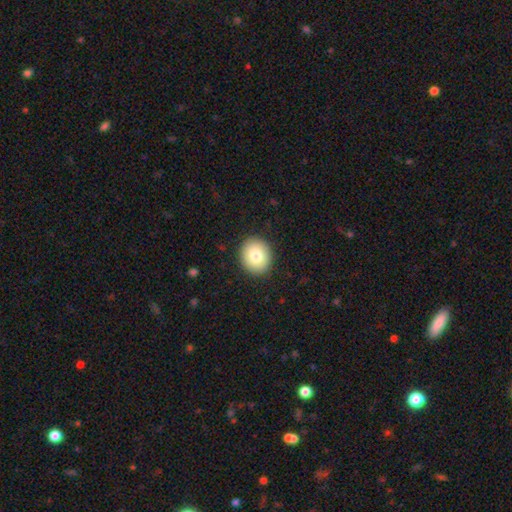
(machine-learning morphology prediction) smooth_or_featured: smooth (p=0.83) [alt: featured or disk p=0.09]
how_rounded: round (p=0.74) [alt: in between p=0.25]
merging: none (p=0.90) [alt: minor disturbance p=0.07]